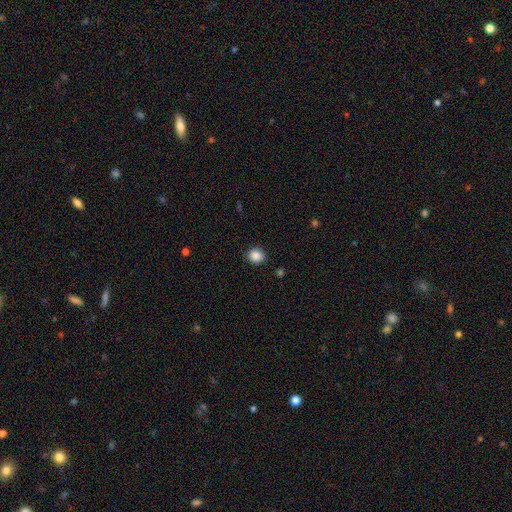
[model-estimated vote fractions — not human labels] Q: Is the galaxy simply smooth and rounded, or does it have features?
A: smooth — 87%.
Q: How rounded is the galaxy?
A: round — 84%.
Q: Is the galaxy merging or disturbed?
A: none — 90%.